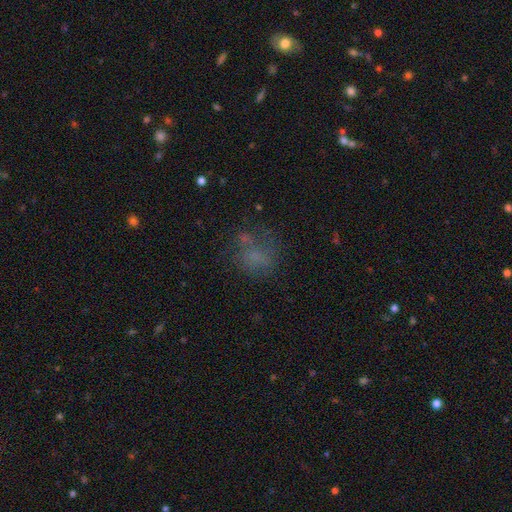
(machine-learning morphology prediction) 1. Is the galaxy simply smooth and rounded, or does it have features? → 54% smooth, 24% featured or disk, 22% star or artifact.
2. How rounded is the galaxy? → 58% round, 41% in between, 2% cigar-shaped.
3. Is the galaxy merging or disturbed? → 51% none, 22% major disturbance, 19% minor disturbance, 8% merger.